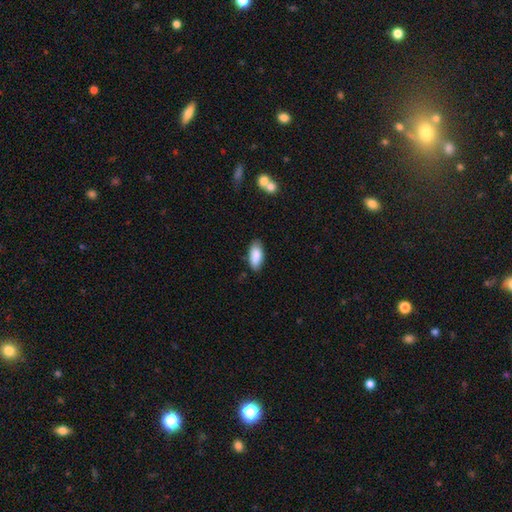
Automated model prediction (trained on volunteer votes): Smooth or featured?
  - smooth: 88% *
  - star or artifact: 6%
  - featured or disk: 6%
How rounded?
  - in between: 88% *
  - cigar-shaped: 10%
  - round: 2%
Merging?
  - none: 80% *
  - minor disturbance: 15%
  - major disturbance: 3%
  - merger: 2%